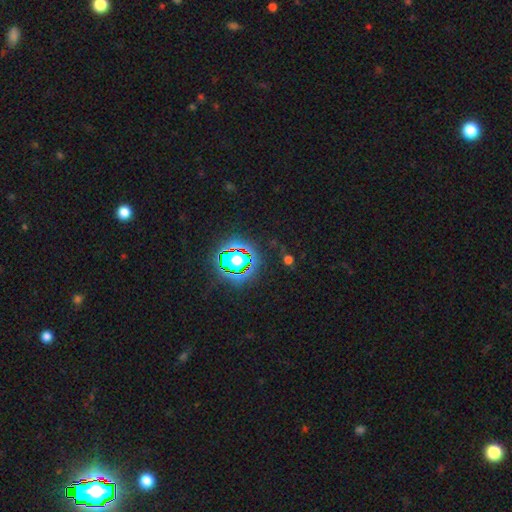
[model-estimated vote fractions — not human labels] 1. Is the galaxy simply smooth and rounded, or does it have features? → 81% star or artifact, 12% smooth, 7% featured or disk.